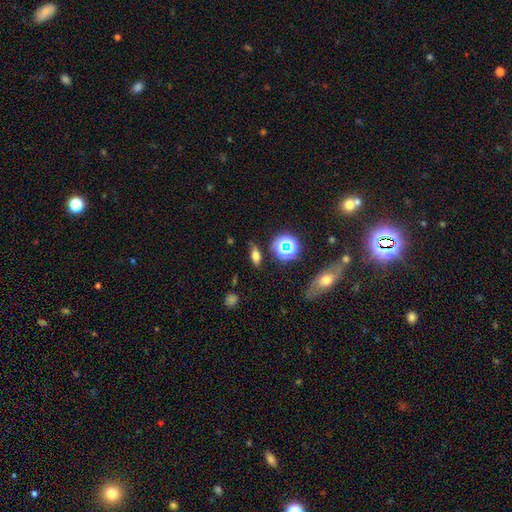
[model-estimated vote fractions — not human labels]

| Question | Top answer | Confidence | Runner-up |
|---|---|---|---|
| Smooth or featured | smooth | 59% | featured or disk (21%) |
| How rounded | in between | 66% | cigar-shaped (20%) |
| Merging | none | 81% | minor disturbance (12%) |